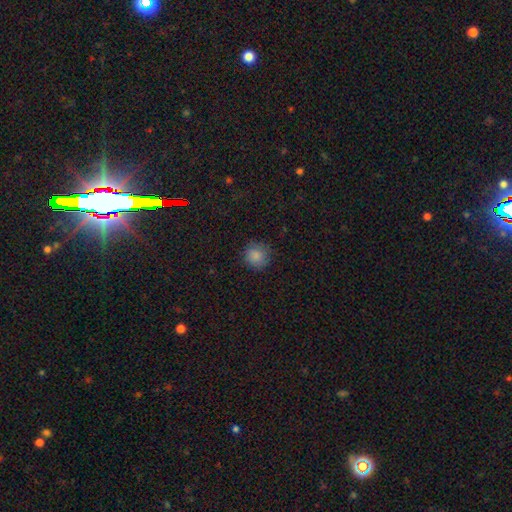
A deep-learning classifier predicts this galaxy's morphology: type=smooth (86%); roundness=round (91%); merging=none (83%).